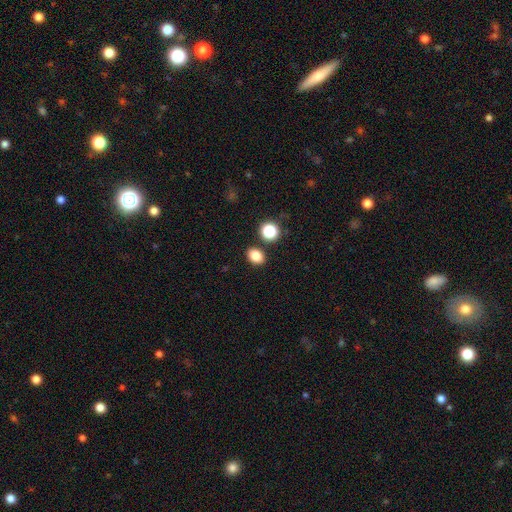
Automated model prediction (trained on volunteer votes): This appears to be a smooth galaxy with no disk features (83%) that is in between round and cigar-shaped (57%). Merging: none (84%).